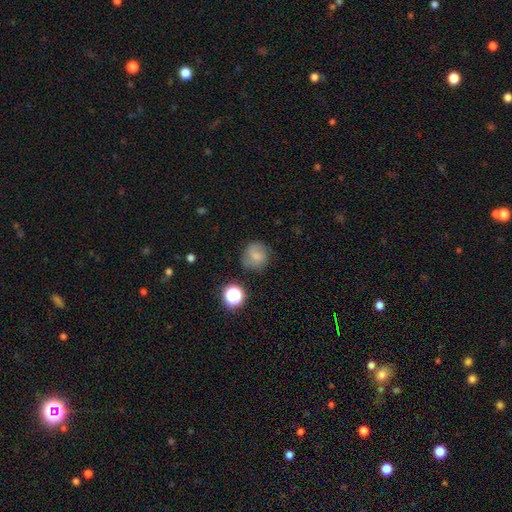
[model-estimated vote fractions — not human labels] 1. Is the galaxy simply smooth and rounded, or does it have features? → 64% smooth, 22% featured or disk, 13% star or artifact.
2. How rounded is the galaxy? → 87% round, 12% in between, 1% cigar-shaped.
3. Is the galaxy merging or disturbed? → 72% none, 19% minor disturbance, 7% major disturbance, 3% merger.